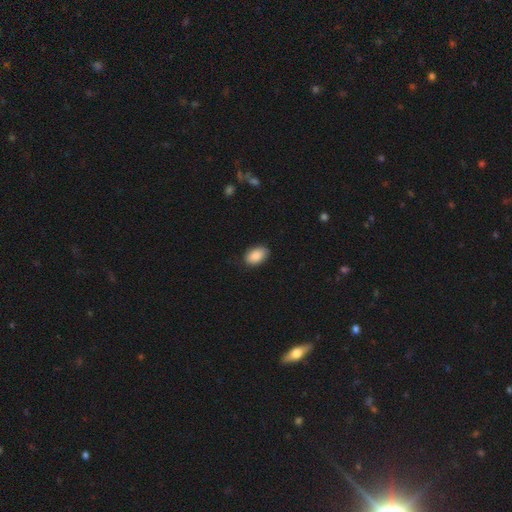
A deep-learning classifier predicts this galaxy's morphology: smooth_or_featured: smooth (p=0.89) [alt: star or artifact p=0.07]
how_rounded: in between (p=0.90) [alt: round p=0.09]
merging: none (p=0.83) [alt: minor disturbance p=0.14]